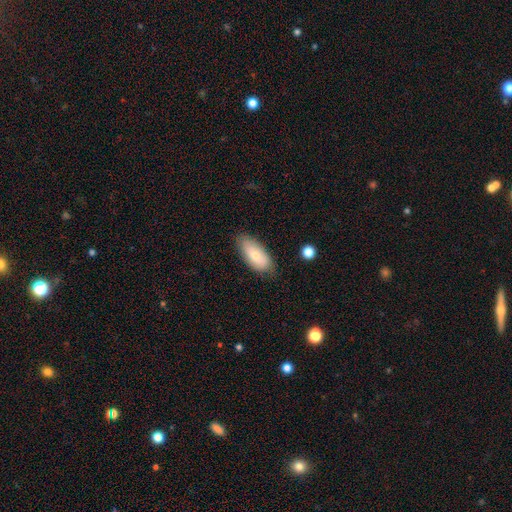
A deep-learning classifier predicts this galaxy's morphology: Overall: smooth (70%). How rounded: in between (89%). Merging: none (78%).